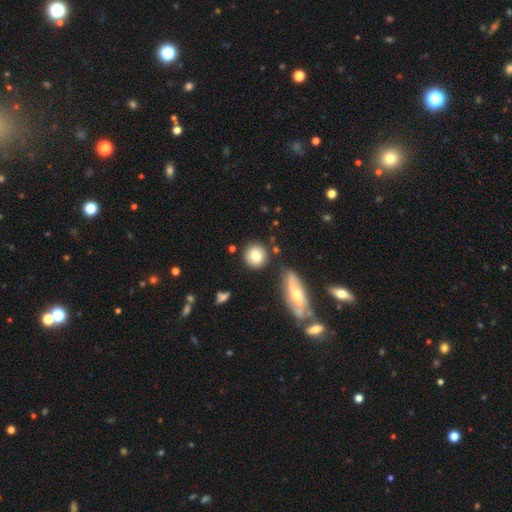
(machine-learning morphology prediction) A smooth galaxy with no disk features (77%) that is round (87%).

Vote fractions:
- Smooth or featured? smooth: 77% / featured or disk: 16% / star or artifact: 8%
- How rounded? round: 87% / in between: 11% / cigar-shaped: 2%
- Merging? none: 77% / minor disturbance: 11% / merger: 9% / major disturbance: 3%